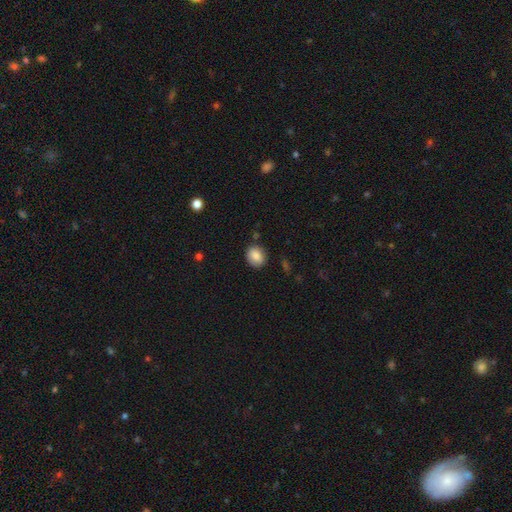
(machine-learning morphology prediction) Q: Smooth or featured?
A: smooth (85%); runner-up: star or artifact (8%)
Q: How rounded?
A: round (64%); runner-up: in between (35%)
Q: Merging?
A: none (83%); runner-up: minor disturbance (12%)